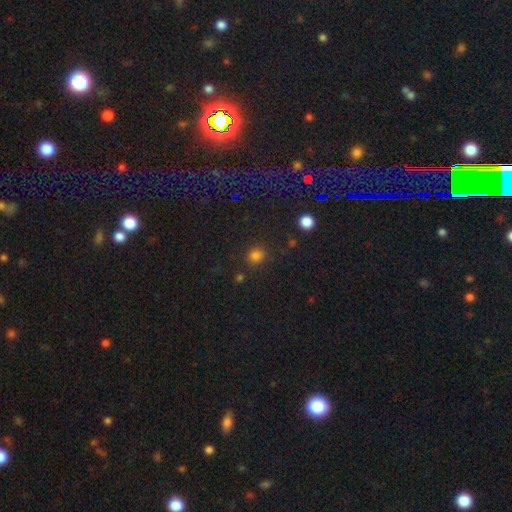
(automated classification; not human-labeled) Q: Smooth or featured?
A: smooth (77%); runner-up: star or artifact (18%)
Q: How rounded?
A: round (84%); runner-up: in between (15%)
Q: Merging?
A: none (82%); runner-up: minor disturbance (10%)